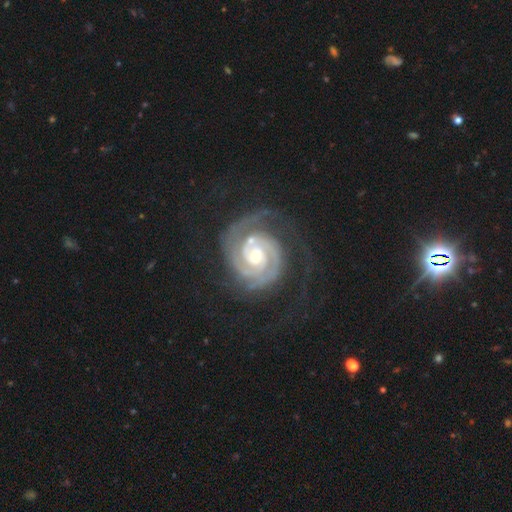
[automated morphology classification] Overall: featured or disk (91%). Edge-on disk: no (98%). Bar: no (56%; weak 32%). Spiral arms: yes (99%). Spiral arm count: 2 (63%). Spiral winding: tight (76%). Bulge size: moderate (60%; small 32%). Merging: none (63%).